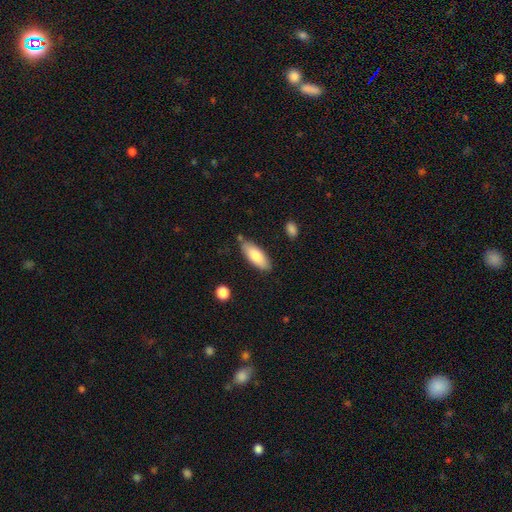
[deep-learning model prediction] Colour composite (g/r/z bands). It shows a smooth galaxy with no disk features (82%) that is in between round and cigar-shaped (72%). Merging: none (79%).